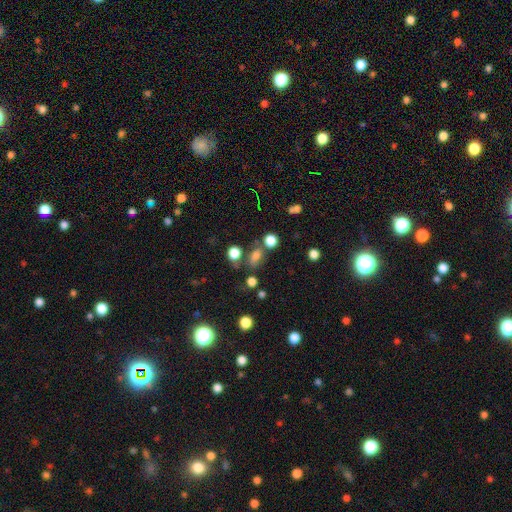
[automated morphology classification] A smooth galaxy with no disk features (66%) that is in between round and cigar-shaped (66%). Merging: none (61%).